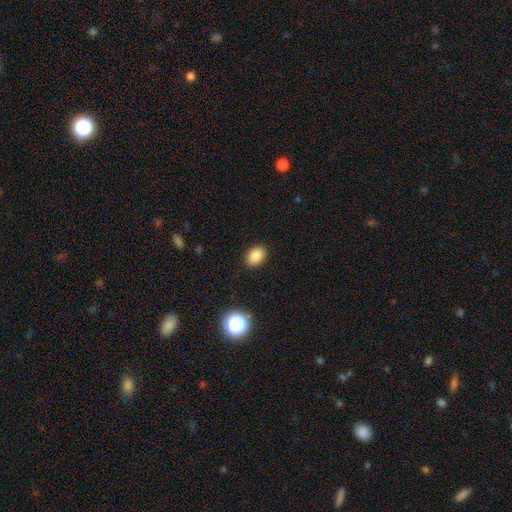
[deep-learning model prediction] The model was most divided on "how rounded": in between: 74%, round: 25%, cigar-shaped: 1%. More confident: merging — none (89%); smooth or featured — smooth (85%).